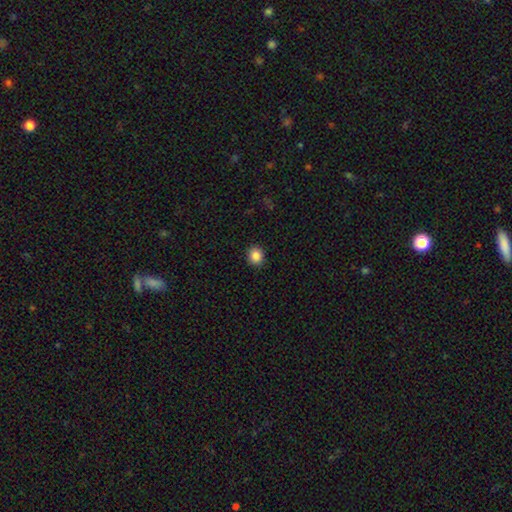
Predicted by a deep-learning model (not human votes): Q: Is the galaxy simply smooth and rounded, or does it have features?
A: smooth — 86%.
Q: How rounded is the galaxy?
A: round — 81%.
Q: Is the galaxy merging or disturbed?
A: none — 90%.